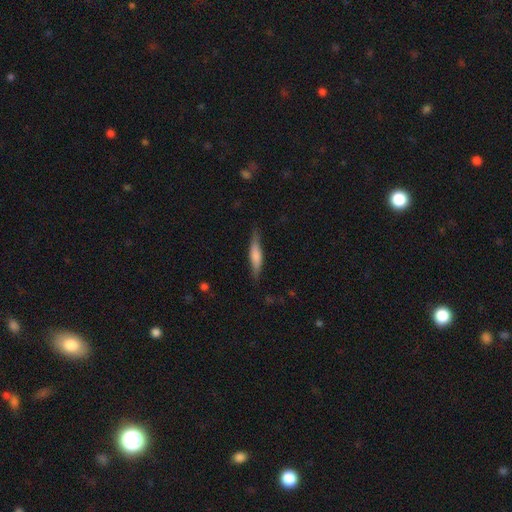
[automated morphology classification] type=smooth (61%); roundness=cigar-shaped (82%); merging=none (79%).